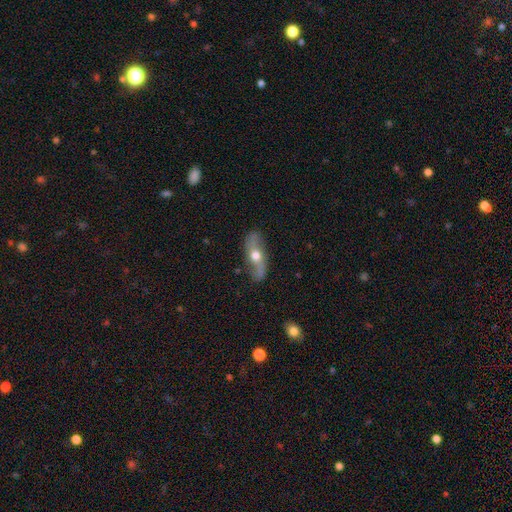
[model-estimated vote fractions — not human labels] featured or disk 63%, smooth 31%, star or artifact 6%. Down the decision tree: edge-on disk — no (69%); merging — none (78%).